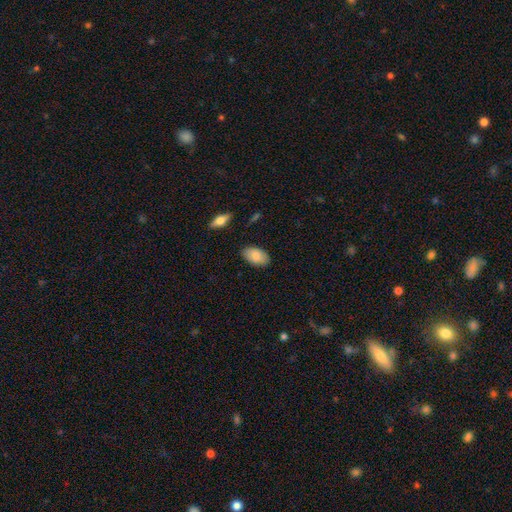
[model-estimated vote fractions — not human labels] Morphology: type=smooth (85%); roundness=in between (95%); merging=none (85%).